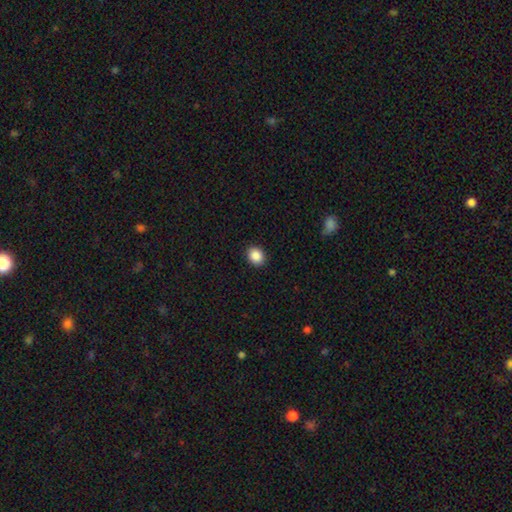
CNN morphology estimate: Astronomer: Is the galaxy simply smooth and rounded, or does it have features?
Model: smooth — 88%.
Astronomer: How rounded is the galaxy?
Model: round — 59% (runner-up: in between, 40%).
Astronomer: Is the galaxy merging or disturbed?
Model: none — 91%.